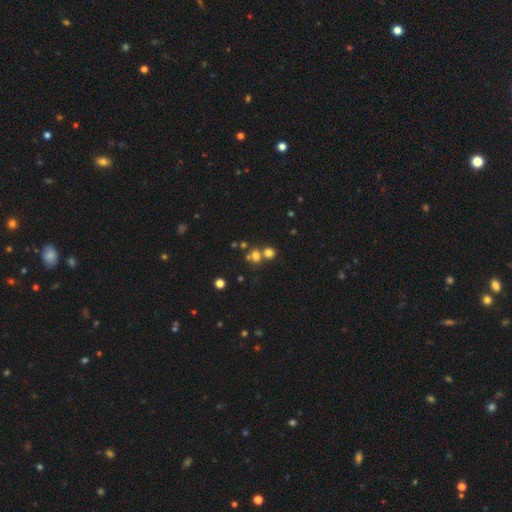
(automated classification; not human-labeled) The model was most divided on "merging": none: 49%, merger: 40%, minor disturbance: 7%, major disturbance: 4%. More confident: how rounded — round (78%); smooth or featured — smooth (67%).